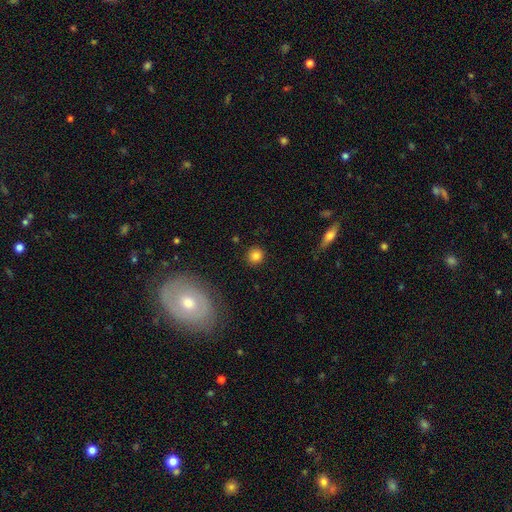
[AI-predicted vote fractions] smooth 83%, star or artifact 11%, featured or disk 6%. Down the decision tree: how rounded — round (91%); merging — none (90%).